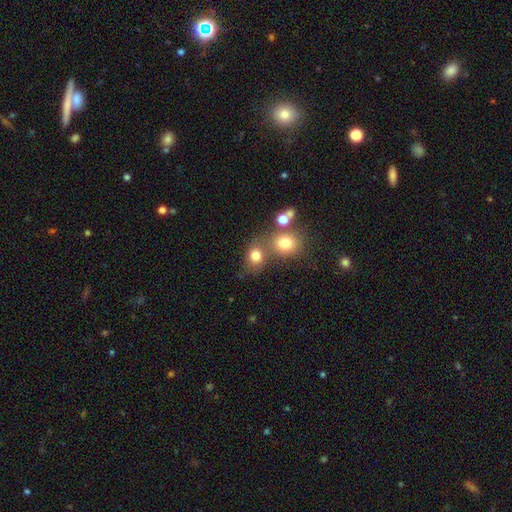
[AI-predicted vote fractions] smooth-or-featured: smooth: 78% | star or artifact: 13% | featured or disk: 9%
  how-rounded: round: 69% | in between: 30% | cigar-shaped: 1%
  merging: none: 50% | merger: 34% | minor disturbance: 10% | major disturbance: 6%